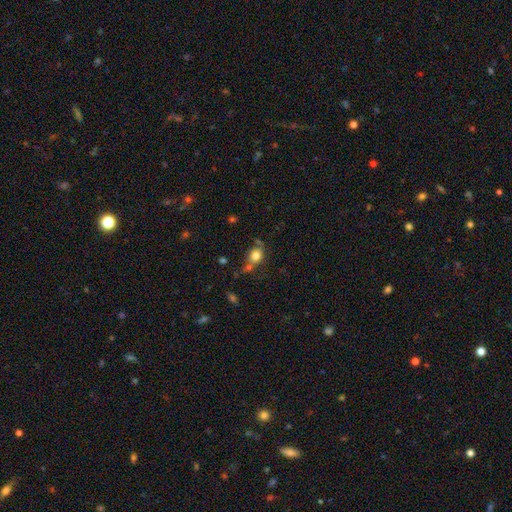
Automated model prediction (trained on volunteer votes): This is likely a smooth galaxy (78%). How rounded: likely round (63%). Merging: possibly none (52%).